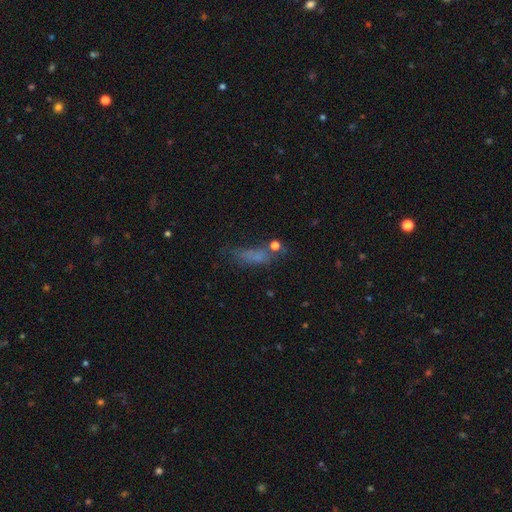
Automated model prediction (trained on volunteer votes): Smooth or featured? Predicted: smooth (p=0.57). How rounded? Predicted: in between (p=0.51). Merging? Predicted: none (p=0.41).